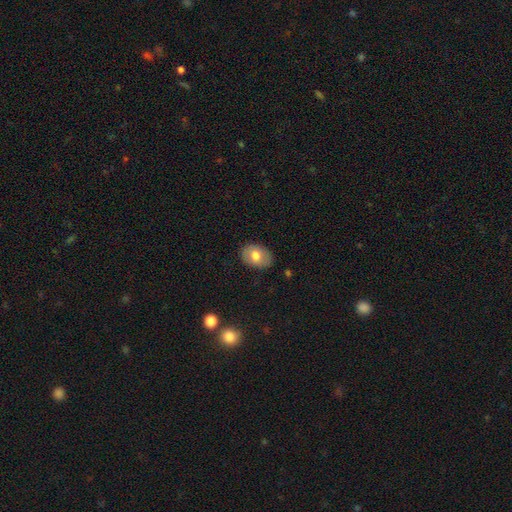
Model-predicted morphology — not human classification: Q: Smooth or featured?
A: smooth (72%); runner-up: featured or disk (20%)
Q: How rounded?
A: in between (77%); runner-up: round (22%)
Q: Merging?
A: none (86%); runner-up: minor disturbance (11%)